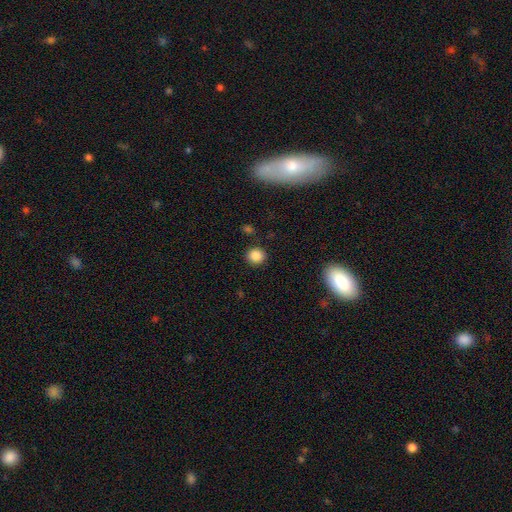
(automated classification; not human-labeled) The model was most divided on "smooth or featured": smooth: 86%, star or artifact: 11%, featured or disk: 4%. More confident: merging — none (89%); how rounded — round (88%).